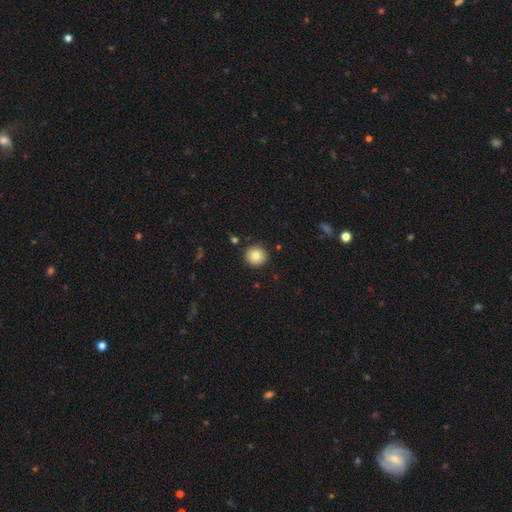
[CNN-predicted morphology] Smooth or featured? smooth (83%)
How rounded? round (92%)
Merging? none (90%)